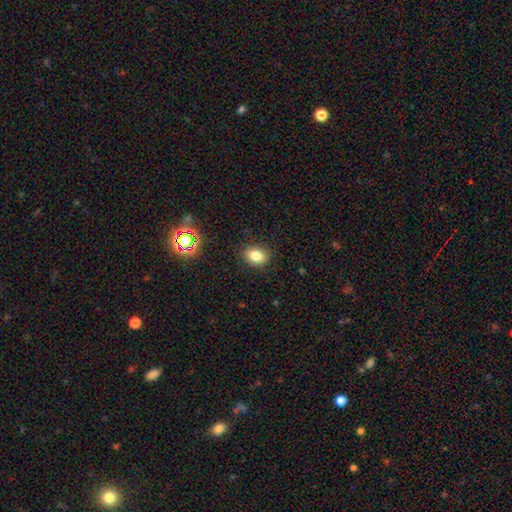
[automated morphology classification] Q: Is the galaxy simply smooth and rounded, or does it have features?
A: smooth — 81%.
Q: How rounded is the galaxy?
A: in between — 71%.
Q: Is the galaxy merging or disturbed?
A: none — 88%.